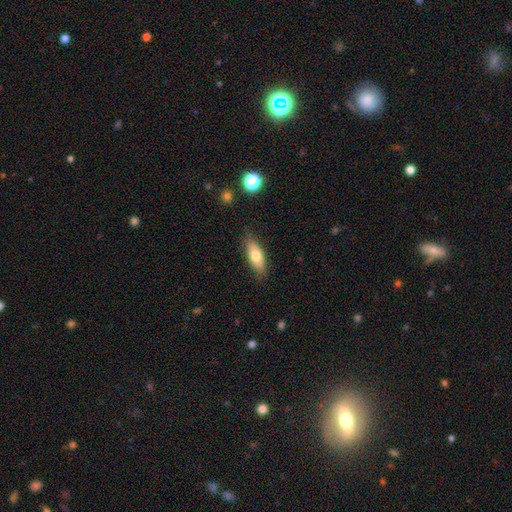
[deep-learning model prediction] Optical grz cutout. It shows a smooth galaxy with no disk features (72%) that is in between round and cigar-shaped (75%). Merging: none (83%).